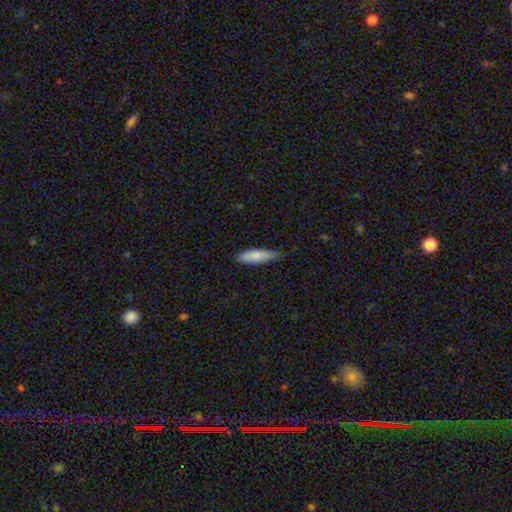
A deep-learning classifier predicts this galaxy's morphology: The model was most divided on "how rounded": cigar-shaped: 66%, in between: 32%, round: 1%. More confident: smooth or featured — smooth (84%); merging — none (70%).